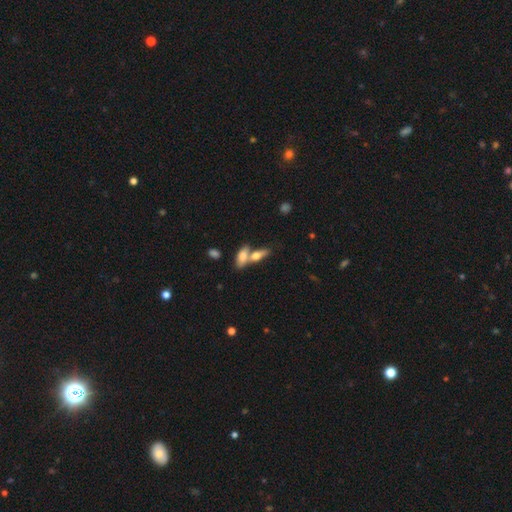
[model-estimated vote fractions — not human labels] A smooth galaxy with no disk features (66%) that is in between round and cigar-shaped (70%). Merging: merger (55%).